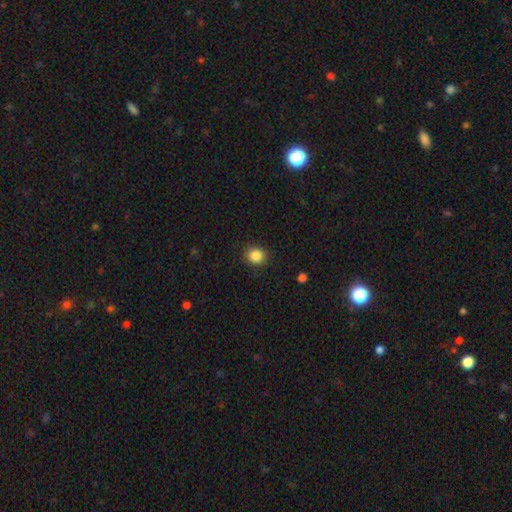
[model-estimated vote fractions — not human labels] Overall: smooth (86%). How rounded: round (83%). Merging: none (90%).